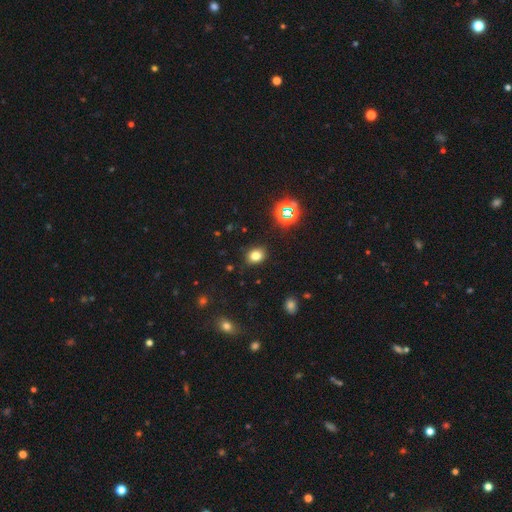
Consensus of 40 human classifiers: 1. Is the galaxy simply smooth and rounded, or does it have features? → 80% smooth, 10% featured or disk, 10% star or artifact.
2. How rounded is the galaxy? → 53% in between, 47% round, 0% cigar-shaped.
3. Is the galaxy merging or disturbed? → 83% none, 14% minor disturbance, 3% major disturbance, 0% merger.